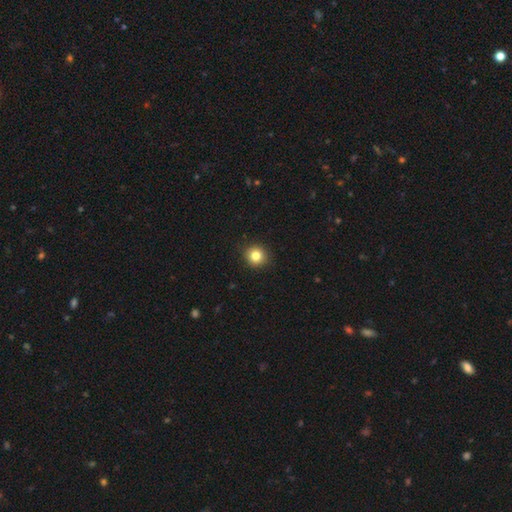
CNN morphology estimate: A smooth galaxy with no disk features (82%) that is round (91%). Merging: none (92%).